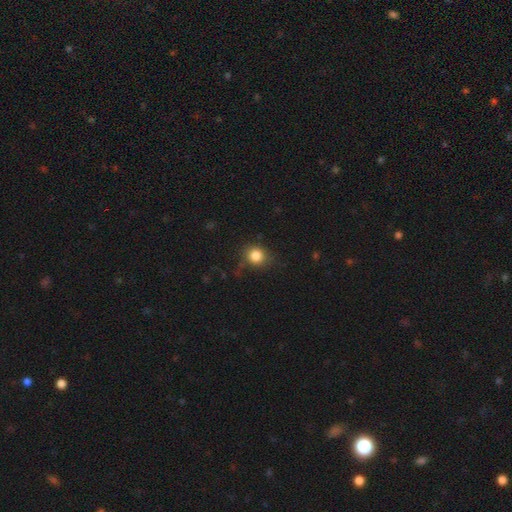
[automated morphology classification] Smooth or featured: smooth — 83% (star or artifact — 11%)
How rounded: round — 83% (in between — 16%)
Merging: none — 74% (minor disturbance — 18%)